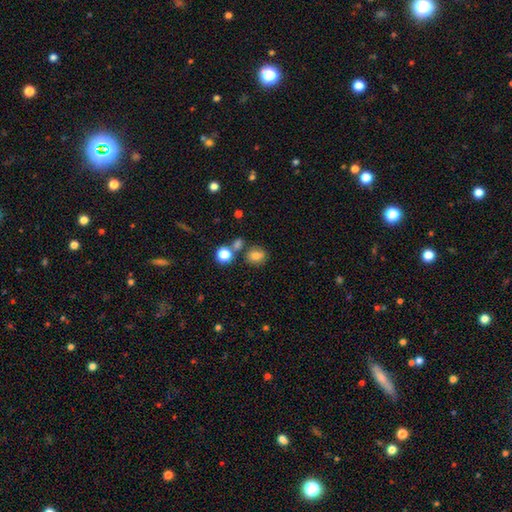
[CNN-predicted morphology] Overall: smooth (76%). How rounded: round (68%; in between 31%). Merging: none (70%).